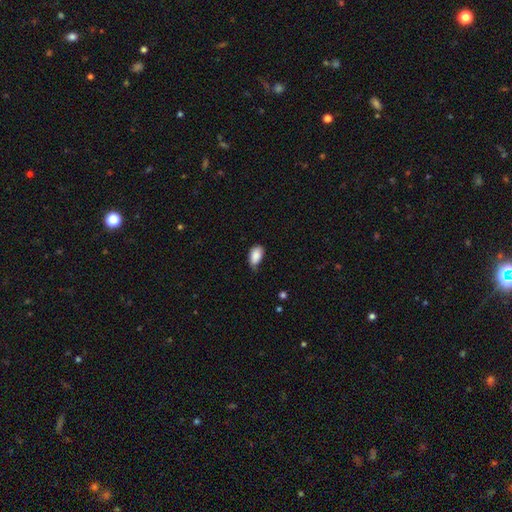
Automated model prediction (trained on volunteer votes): smooth-or-featured: smooth: 87% | star or artifact: 7% | featured or disk: 5%
  how-rounded: in between: 92% | round: 6% | cigar-shaped: 2%
  merging: none: 48% | minor disturbance: 42% | major disturbance: 8% | merger: 2%